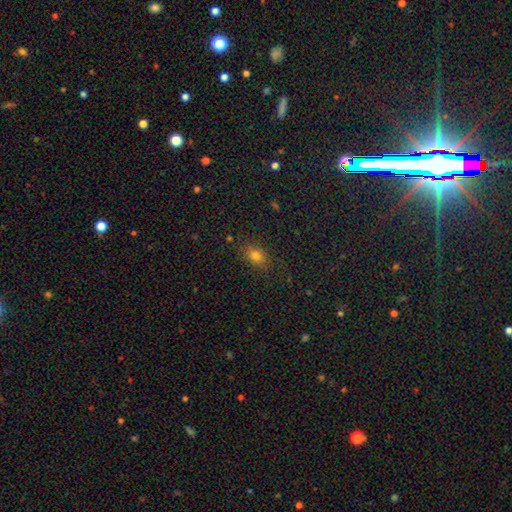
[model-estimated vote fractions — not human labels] Smooth or featured: smooth — 76% (star or artifact — 17%)
How rounded: in between — 65% (round — 33%)
Merging: none — 83% (minor disturbance — 12%)